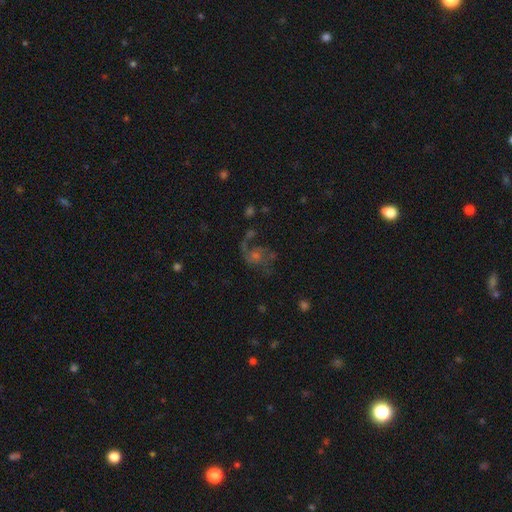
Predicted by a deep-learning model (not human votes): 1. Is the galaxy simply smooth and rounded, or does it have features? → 68% featured or disk, 17% star or artifact, 15% smooth.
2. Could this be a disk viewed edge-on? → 97% no, 3% yes.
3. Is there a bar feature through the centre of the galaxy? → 75% no, 21% weak, 4% strong.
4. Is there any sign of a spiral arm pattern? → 88% yes, 12% no.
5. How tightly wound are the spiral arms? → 50% loose, 39% medium, 11% tight.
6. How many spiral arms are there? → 59% 2, 25% 1, 9% can't tell, 4% 3, 2% 4, 2% more than 4.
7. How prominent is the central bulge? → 50% small, 32% moderate, 12% none, 4% large, 2% dominant.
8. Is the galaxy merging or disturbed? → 53% none, 25% major disturbance, 16% minor disturbance, 5% merger.